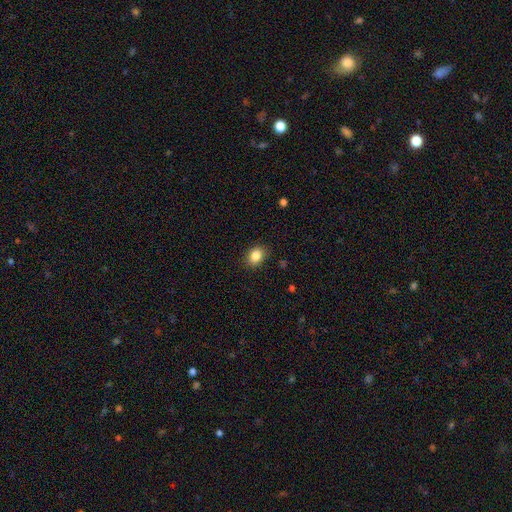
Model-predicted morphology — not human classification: Q: Smooth or featured?
A: smooth (86%); runner-up: star or artifact (9%)
Q: How rounded?
A: in between (58%); runner-up: round (41%)
Q: Merging?
A: none (86%); runner-up: minor disturbance (10%)